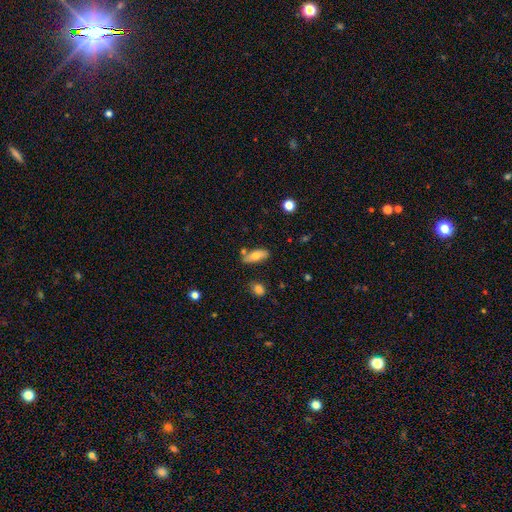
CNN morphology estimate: Smooth or featured? Predicted: smooth (p=0.70). How rounded? Predicted: in between (p=0.67). Merging? Predicted: none (p=0.73).